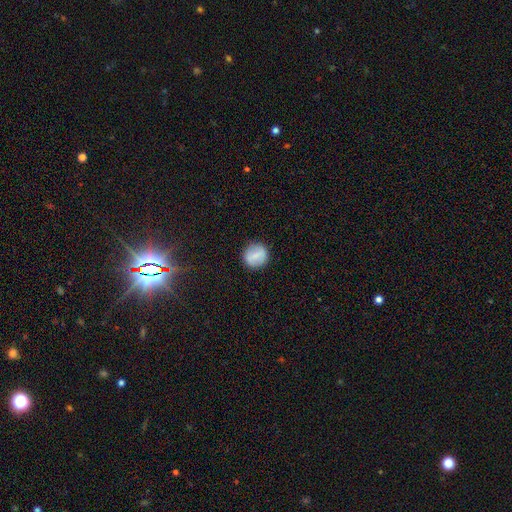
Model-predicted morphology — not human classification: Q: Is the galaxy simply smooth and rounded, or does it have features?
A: smooth — 70%.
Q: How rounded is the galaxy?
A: round — 89%.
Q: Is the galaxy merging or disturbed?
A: none — 88%.